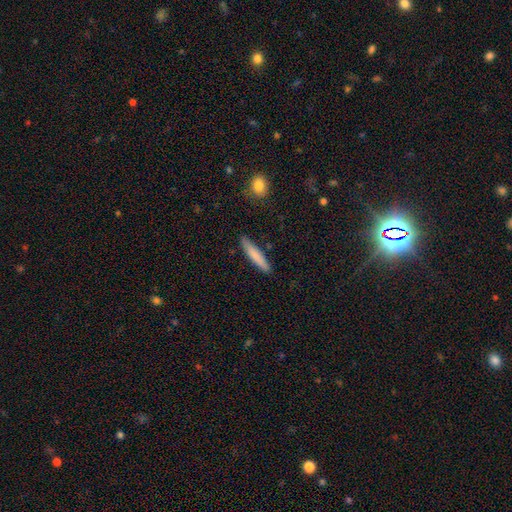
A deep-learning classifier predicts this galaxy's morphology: The model was most divided on "smooth or featured": smooth: 79%, featured or disk: 15%, star or artifact: 6%. More confident: how rounded — cigar-shaped (90%); merging — none (87%).